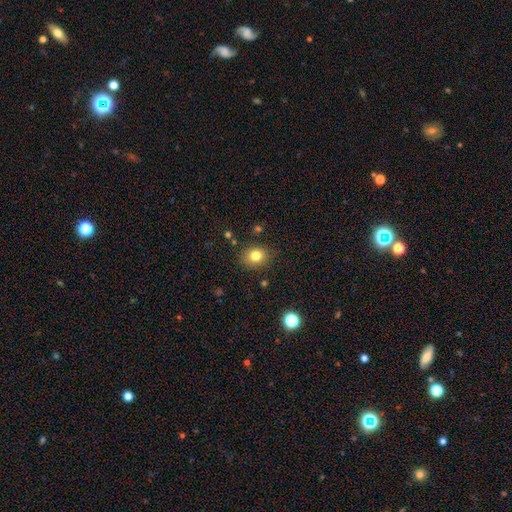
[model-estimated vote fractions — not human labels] This appears to be a smooth galaxy with no disk features (80%) that is round (55%). Merging: none (84%).